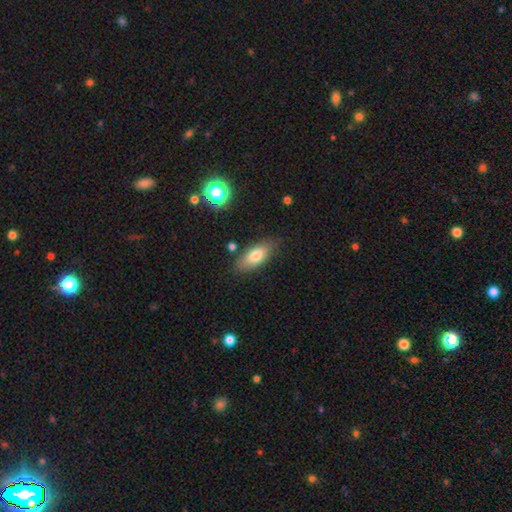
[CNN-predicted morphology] A smooth galaxy with no disk features (75%) that is in between round and cigar-shaped (80%). Merging: none (80%).